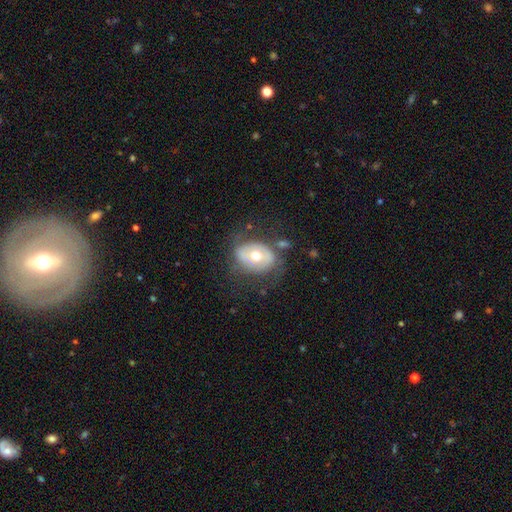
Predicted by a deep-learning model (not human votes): Smooth or featured? Predicted: featured or disk (p=0.47). Merging? Predicted: none (p=0.60).